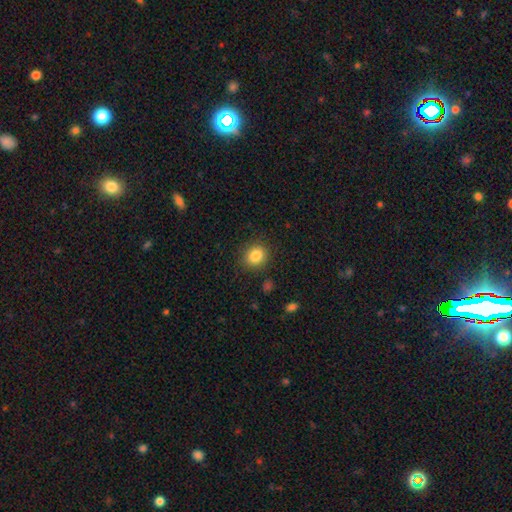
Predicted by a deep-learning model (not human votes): A smooth galaxy with no disk features (85%) that is round (69%).

Vote fractions:
- Smooth or featured? smooth: 85% / star or artifact: 10% / featured or disk: 5%
- How rounded? round: 69% / in between: 30% / cigar-shaped: 1%
- Merging? none: 86% / minor disturbance: 9% / major disturbance: 3% / merger: 2%